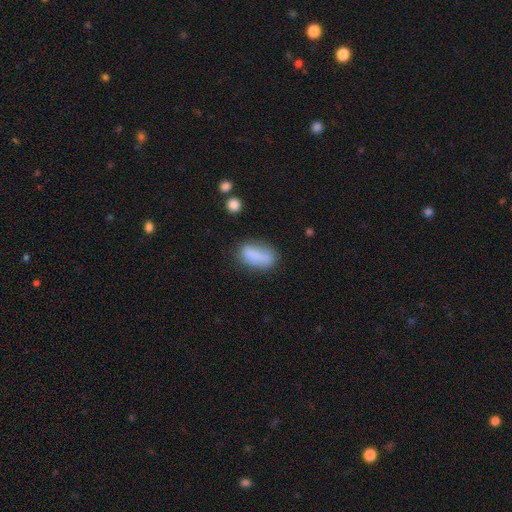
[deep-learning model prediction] This appears to be a smooth galaxy with no disk features (81%) that is in between round and cigar-shaped (81%). Merging: none (64%).